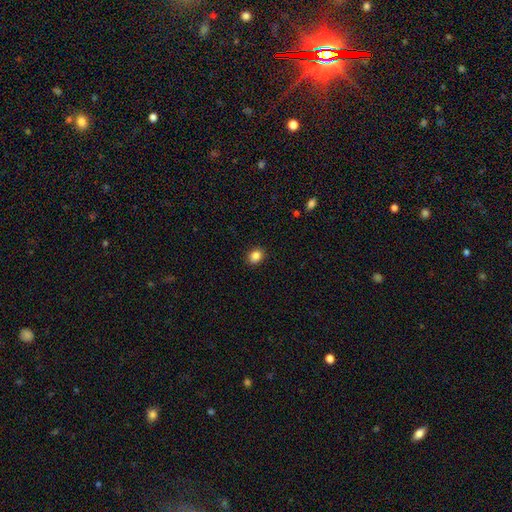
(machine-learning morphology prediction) Smooth or featured? Predicted: smooth (p=0.86). How rounded? Predicted: in between (p=0.50). Merging? Predicted: none (p=0.90).